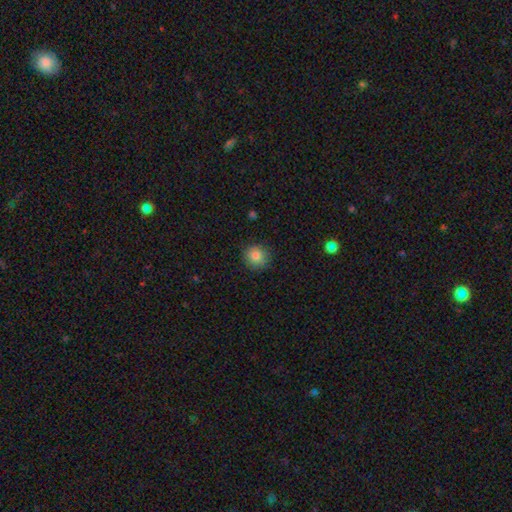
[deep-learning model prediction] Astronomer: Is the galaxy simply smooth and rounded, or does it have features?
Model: smooth — 83%.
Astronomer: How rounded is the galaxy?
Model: round — 91%.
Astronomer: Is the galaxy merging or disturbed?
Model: none — 89%.